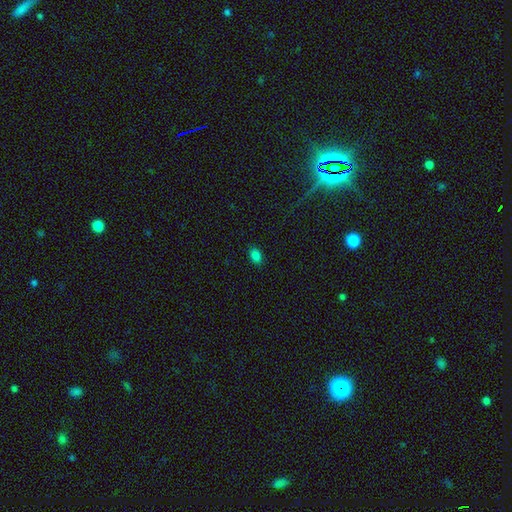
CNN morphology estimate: type=smooth (83%); roundness=in between (84%); merging=none (88%).